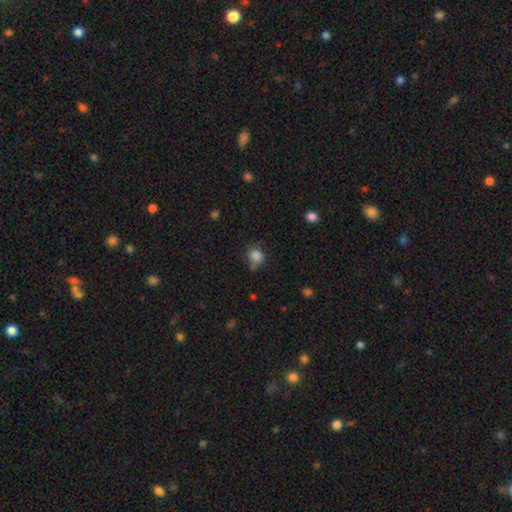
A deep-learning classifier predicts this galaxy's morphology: Smooth or featured? smooth (83%)
How rounded? round (64%)
Merging? none (52%)